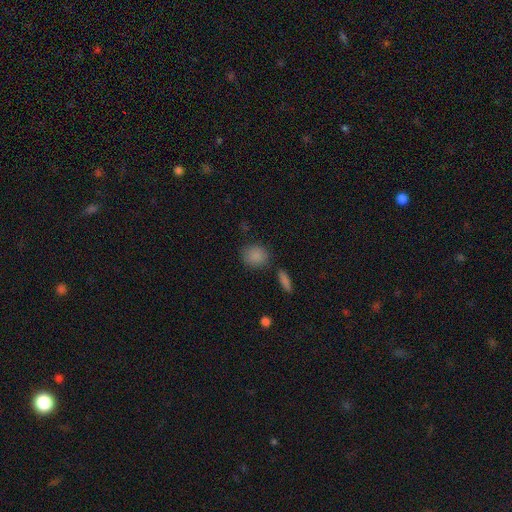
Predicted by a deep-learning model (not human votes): Q: Smooth or featured?
A: smooth (86%); runner-up: star or artifact (9%)
Q: How rounded?
A: round (69%); runner-up: in between (29%)
Q: Merging?
A: none (77%); runner-up: minor disturbance (13%)